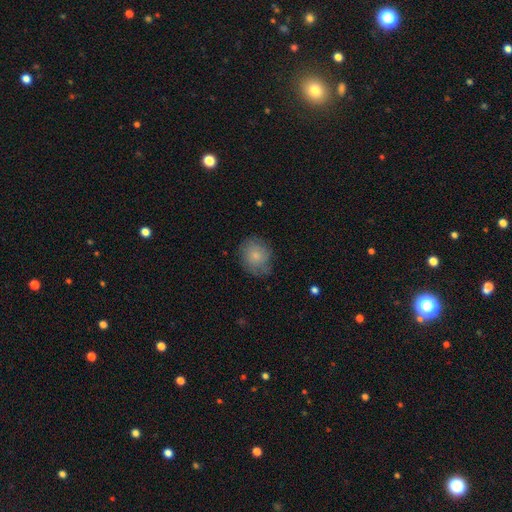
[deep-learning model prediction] The model was most divided on "how rounded": round: 65%, in between: 34%, cigar-shaped: 1%. More confident: smooth or featured — smooth (73%); merging — none (66%).